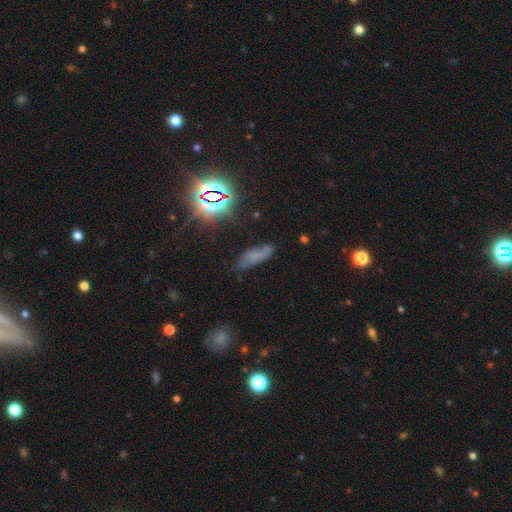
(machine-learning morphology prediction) This is marginally a smooth galaxy (43%). Merging: possibly none (59%).